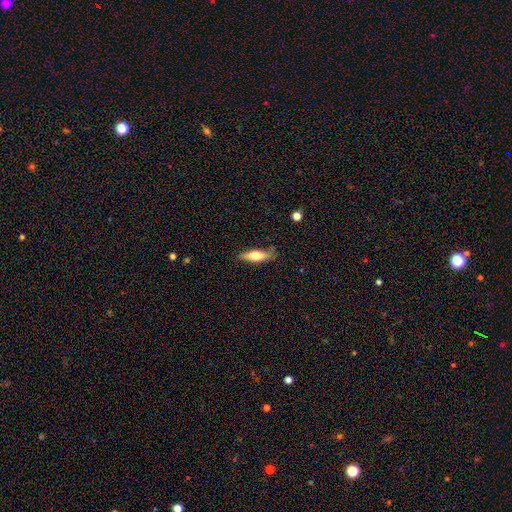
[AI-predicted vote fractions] The model was most divided on "smooth or featured": smooth: 55%, featured or disk: 39%, star or artifact: 6%. More confident: merging — none (73%); how rounded — cigar-shaped (63%).